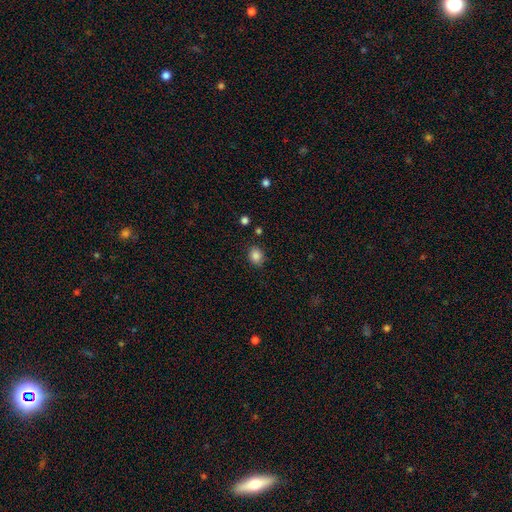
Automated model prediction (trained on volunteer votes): smooth_or_featured: smooth (p=0.85) [alt: star or artifact p=0.10]
how_rounded: round (p=0.62) [alt: in between p=0.37]
merging: none (p=0.84) [alt: minor disturbance p=0.11]